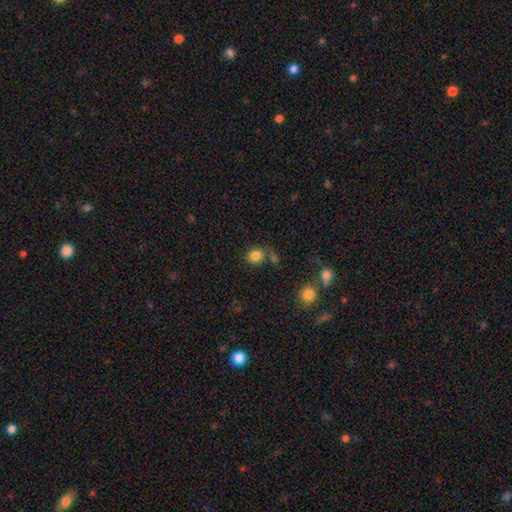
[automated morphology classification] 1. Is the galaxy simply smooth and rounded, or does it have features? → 84% smooth, 10% star or artifact, 6% featured or disk.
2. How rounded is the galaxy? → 69% round, 30% in between, 1% cigar-shaped.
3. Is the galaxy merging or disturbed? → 66% none, 14% minor disturbance, 13% merger, 7% major disturbance.